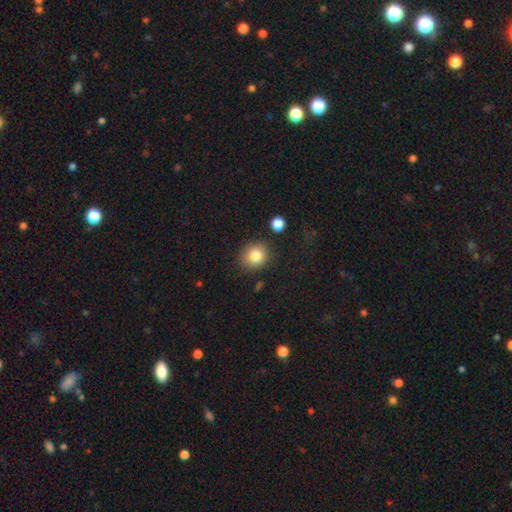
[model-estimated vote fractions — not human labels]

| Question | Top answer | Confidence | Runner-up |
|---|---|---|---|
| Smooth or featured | smooth | 83% | star or artifact (10%) |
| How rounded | round | 77% | in between (22%) |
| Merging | none | 82% | minor disturbance (11%) |